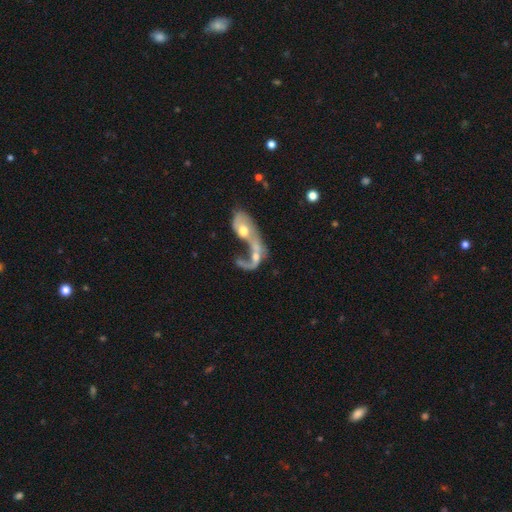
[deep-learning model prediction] Smooth or featured?
  - featured or disk: 60% *
  - smooth: 32%
  - star or artifact: 9%
Edge-on disk?
  - no: 92% *
  - yes: 8%
Bar?
  - no: 71% *
  - weak: 22%
  - strong: 6%
Spiral arms?
  - no: 51% *
  - yes: 49%
Bulge size?
  - moderate: 56% *
  - small: 21%
  - none: 10%
  - large: 10%
  - dominant: 2%
Merging?
  - merger: 76% *
  - major disturbance: 14%
  - none: 6%
  - minor disturbance: 4%